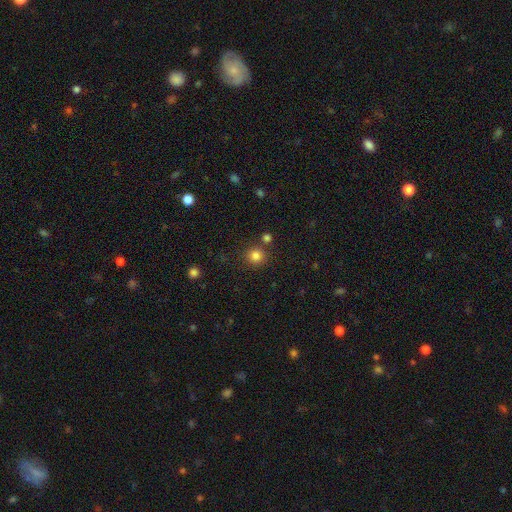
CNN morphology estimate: Smooth or featured? Predicted: smooth (p=0.82). How rounded? Predicted: round (p=0.93). Merging? Predicted: none (p=0.83).